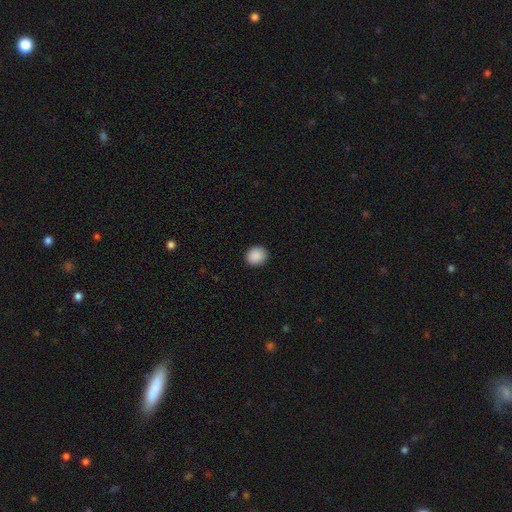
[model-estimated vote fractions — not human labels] Q: Smooth or featured?
A: smooth (90%); runner-up: star or artifact (8%)
Q: How rounded?
A: round (77%); runner-up: in between (22%)
Q: Merging?
A: none (91%); runner-up: minor disturbance (7%)